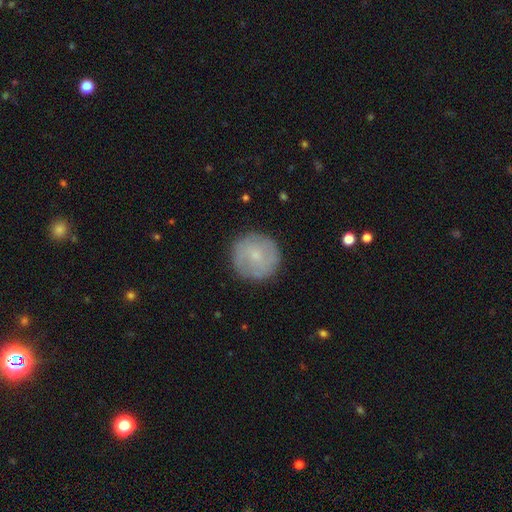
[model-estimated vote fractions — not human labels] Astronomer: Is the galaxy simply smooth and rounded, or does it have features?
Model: smooth — 62%.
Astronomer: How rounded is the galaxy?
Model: round — 95%.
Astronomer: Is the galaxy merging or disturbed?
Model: none — 86%.